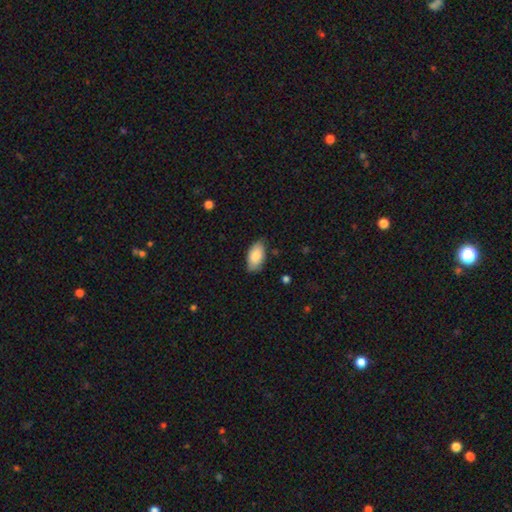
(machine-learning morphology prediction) A smooth galaxy with no disk features (87%) that is in between round and cigar-shaped (94%).

Vote fractions:
- Smooth or featured? smooth: 87% / featured or disk: 7% / star or artifact: 6%
- How rounded? in between: 94% / round: 3% / cigar-shaped: 3%
- Merging? none: 80% / minor disturbance: 16% / major disturbance: 3% / merger: 1%